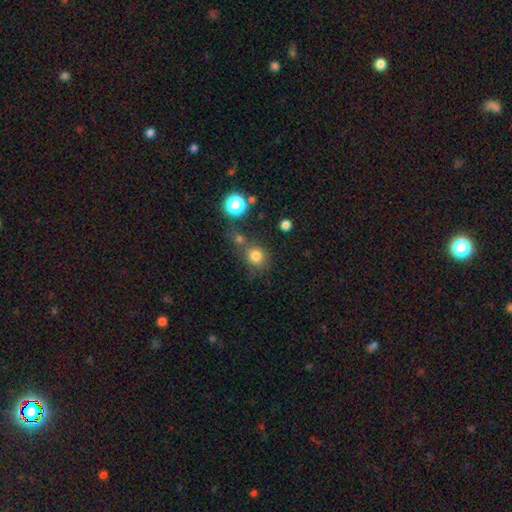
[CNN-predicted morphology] A smooth galaxy with no disk features (78%) that is round (87%).

Vote fractions:
- Smooth or featured? smooth: 78% / star or artifact: 15% / featured or disk: 7%
- How rounded? round: 87% / in between: 12% / cigar-shaped: 1%
- Merging? none: 65% / merger: 19% / minor disturbance: 11% / major disturbance: 5%